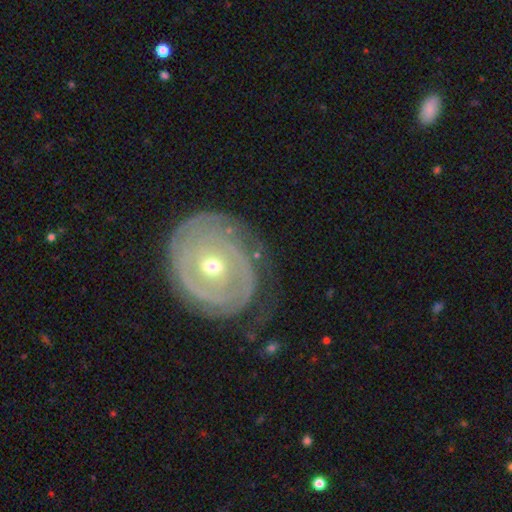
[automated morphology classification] A featured or disk galaxy (81%) with no bar (62%), tight (80%) spiral arms (88%) and a moderate central bulge (55%).

Vote fractions:
- Smooth or featured? featured or disk: 81% / smooth: 12% / star or artifact: 6%
- Edge-on disk? no: 96% / yes: 4%
- Bar? no: 62% / weak: 26% / strong: 11%
- Spiral arms? yes: 88% / no: 12%
- Spiral winding? tight: 80% / medium: 15% / loose: 5%
- Spiral arm count? can't tell: 33% / 2: 31% / 3: 16% / 4: 8% / 1: 7% / more than 4: 6%
- Bulge size? moderate: 55% / small: 41% / large: 2% / dominant: 1% / none: 1%
- Merging? none: 70% / minor disturbance: 18% / major disturbance: 8% / merger: 4%